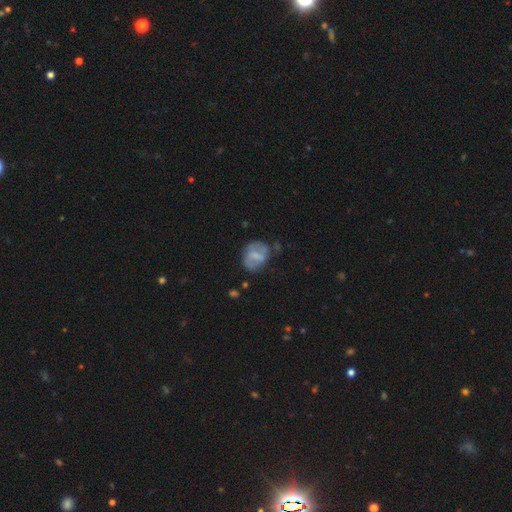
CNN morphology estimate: Q: Smooth or featured?
A: featured or disk (47%); runner-up: smooth (46%)
Q: Merging?
A: none (52%); runner-up: minor disturbance (28%)